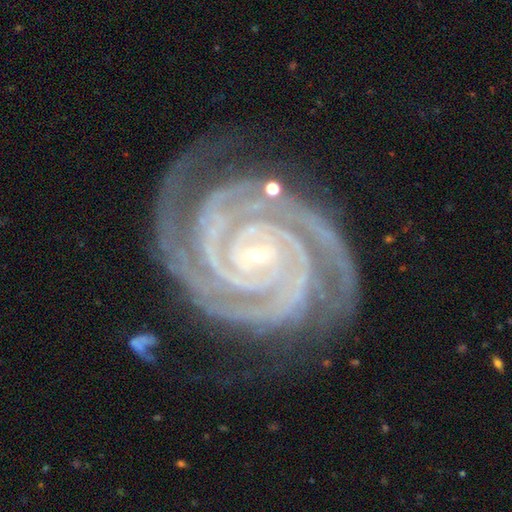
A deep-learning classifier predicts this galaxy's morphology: Smooth or featured? Predicted: featured or disk (p=0.94). Edge-on disk? Predicted: no (p=0.98). Bar? Predicted: no (p=0.56). Spiral arms? Predicted: yes (p=0.99). Spiral winding? Predicted: tight (p=0.88). Spiral arm count? Predicted: 2 (p=0.45). Bulge size? Predicted: small (p=0.88). Merging? Predicted: none (p=0.77).